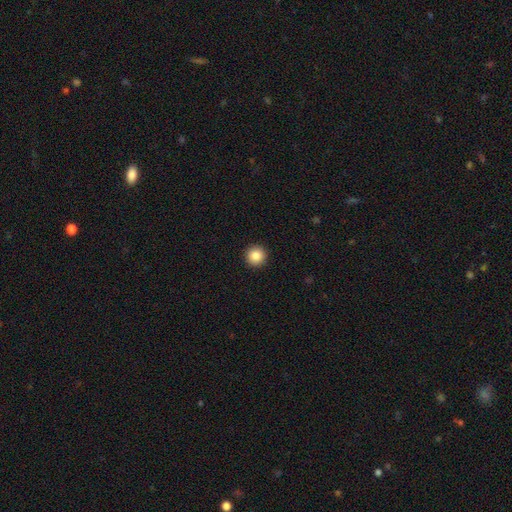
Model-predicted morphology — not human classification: Q: Smooth or featured?
A: smooth (86%); runner-up: star or artifact (10%)
Q: How rounded?
A: round (96%); runner-up: in between (3%)
Q: Merging?
A: none (94%); runner-up: minor disturbance (4%)